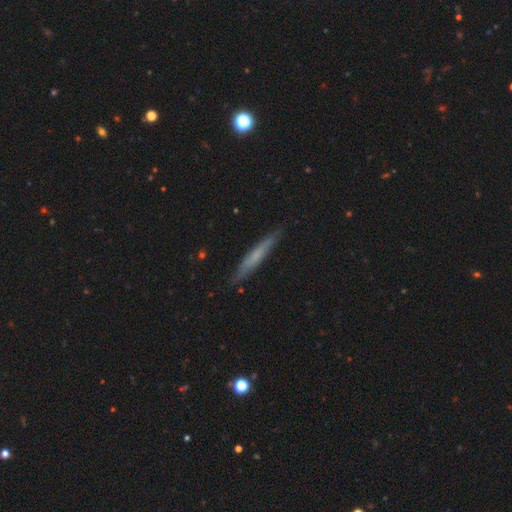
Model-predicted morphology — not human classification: Smooth or featured: smooth — 54% (featured or disk — 39%)
How rounded: cigar-shaped — 95% (in between — 4%)
Merging: none — 86% (minor disturbance — 11%)